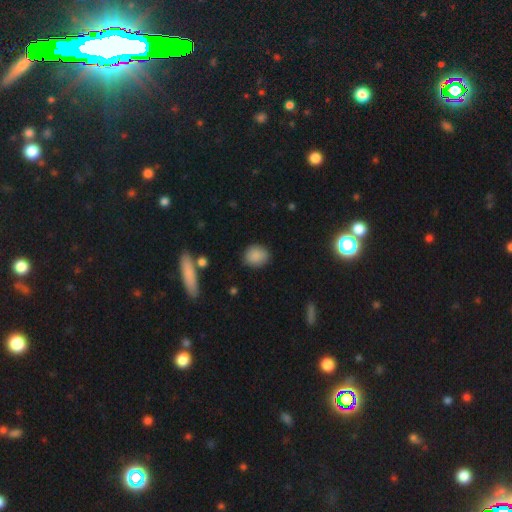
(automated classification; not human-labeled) Smooth or featured? Predicted: smooth (p=0.87). How rounded? Predicted: round (p=0.64). Merging? Predicted: none (p=0.83).